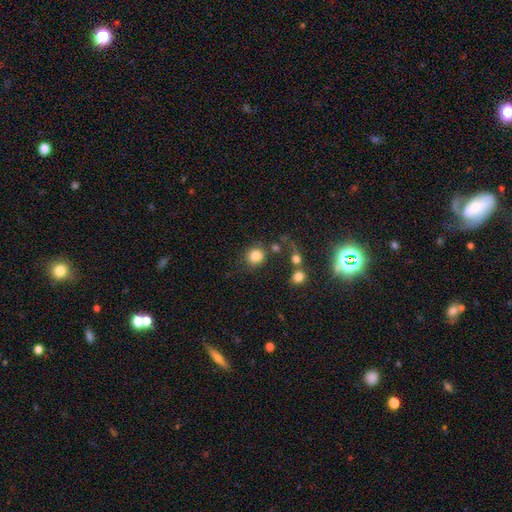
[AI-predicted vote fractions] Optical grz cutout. It shows a smooth galaxy with no disk features (83%) that is round (84%). Merging: none (68%).